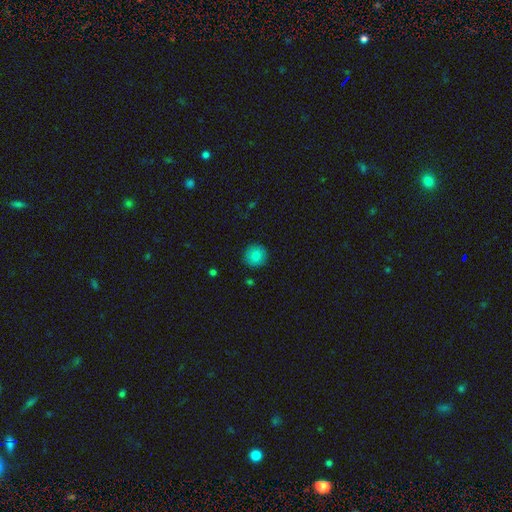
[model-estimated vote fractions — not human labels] Overall: smooth (82%). How rounded: round (95%). Merging: none (91%).